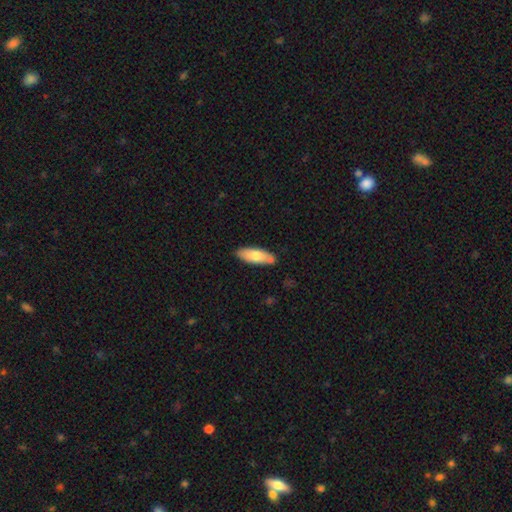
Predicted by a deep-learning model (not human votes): Smooth or featured? smooth (68%)
How rounded? in between (68%)
Merging? none (79%)